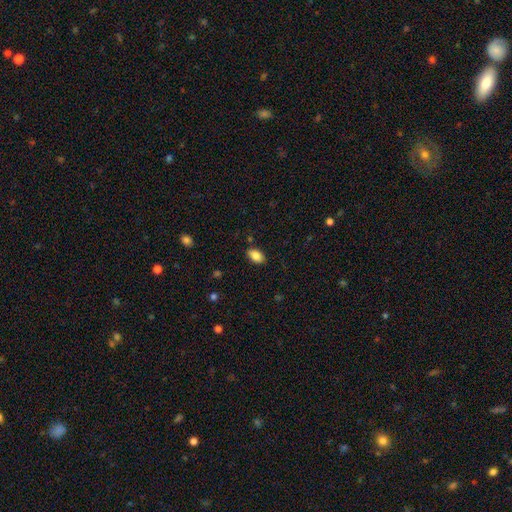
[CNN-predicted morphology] Smooth or featured?
  - smooth: 85% *
  - star or artifact: 8%
  - featured or disk: 7%
How rounded?
  - in between: 91% *
  - round: 7%
  - cigar-shaped: 2%
Merging?
  - none: 86% *
  - minor disturbance: 10%
  - major disturbance: 2%
  - merger: 1%